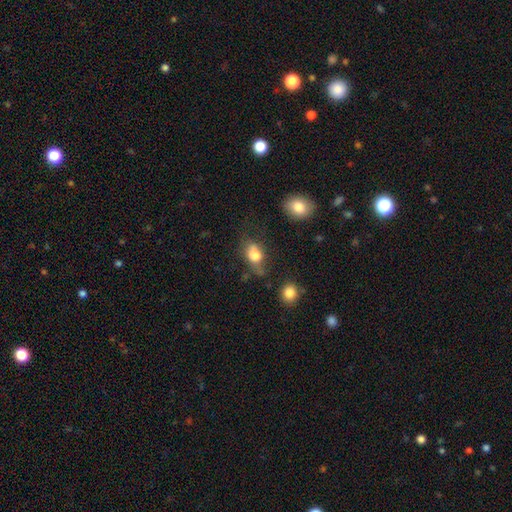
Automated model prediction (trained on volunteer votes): Smooth or featured? smooth (72%)
How rounded? in between (75%)
Merging? none (43%)